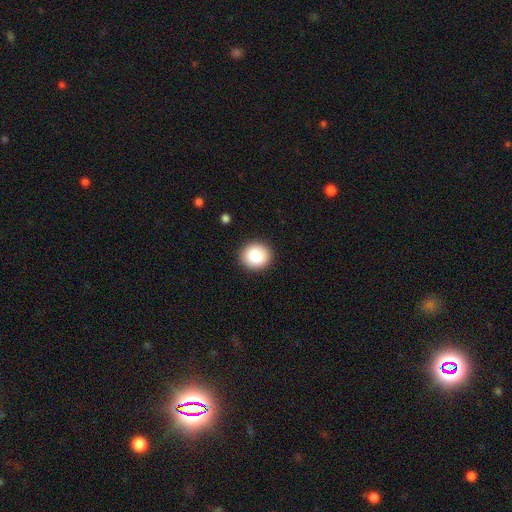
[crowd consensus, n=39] Morphology: type=smooth (92%); roundness=round (92%); merging=none (89%).